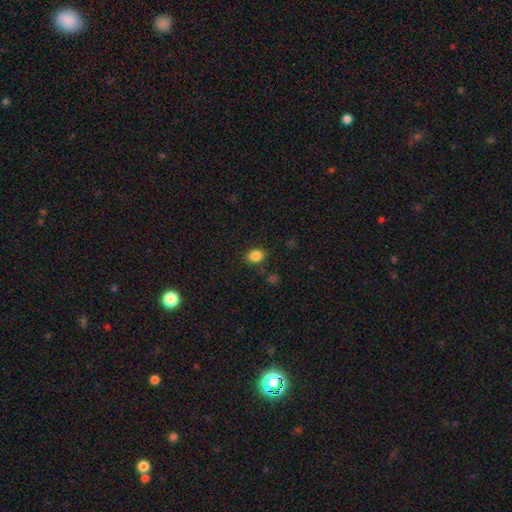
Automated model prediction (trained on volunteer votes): smooth-or-featured: smooth: 85% | star or artifact: 11% | featured or disk: 5%
  how-rounded: in between: 54% | round: 45% | cigar-shaped: 1%
  merging: none: 83% | minor disturbance: 11% | major disturbance: 3% | merger: 2%